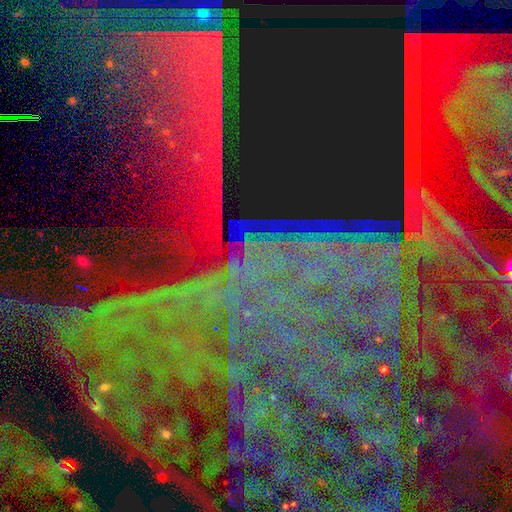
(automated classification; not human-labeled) The model was most divided on "smooth or featured": star or artifact: 86%, featured or disk: 8%, smooth: 6%.